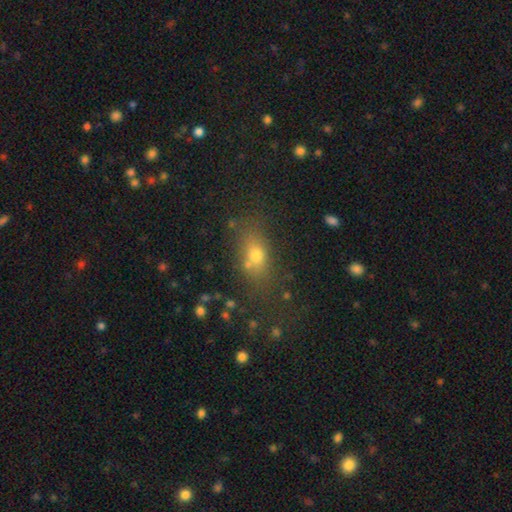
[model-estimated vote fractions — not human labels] Smooth or featured?
  - smooth: 68% *
  - star or artifact: 17%
  - featured or disk: 15%
How rounded?
  - in between: 67% *
  - round: 27%
  - cigar-shaped: 7%
Merging?
  - none: 64% *
  - minor disturbance: 15%
  - merger: 13%
  - major disturbance: 7%